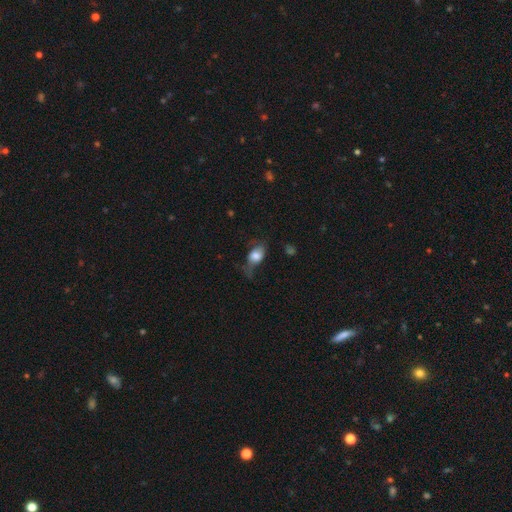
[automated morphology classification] This appears to be a smooth galaxy with no disk features (65%) that is in between round and cigar-shaped (78%). Merging: none (35%).